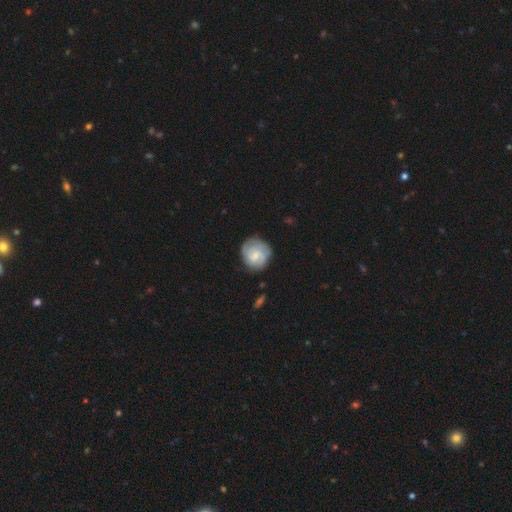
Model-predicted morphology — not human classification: The model was most divided on "bulge size": small: 39%, moderate: 34%, none: 21%, large: 6%, dominant: 1%. Remaining: edge-on disk — no (98%); spiral arms — yes (90%); merging — none (73%); smooth or featured — featured or disk (62%); spiral winding — tight (54%); bar — weak (50%); spiral arm count — 2 (44%).